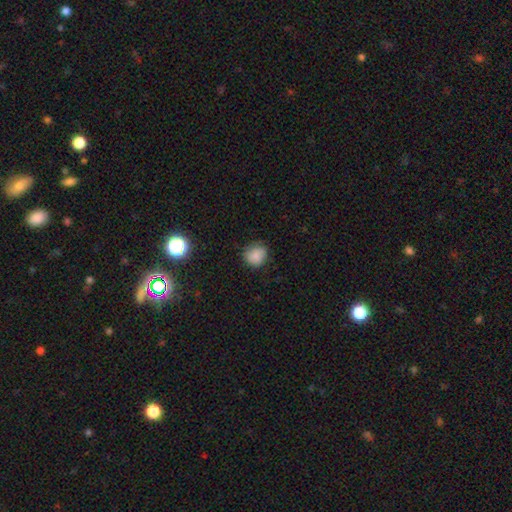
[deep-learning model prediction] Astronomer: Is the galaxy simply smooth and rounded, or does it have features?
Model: smooth — 83%.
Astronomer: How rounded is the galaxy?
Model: round — 83%.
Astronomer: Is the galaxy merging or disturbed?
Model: none — 73%.